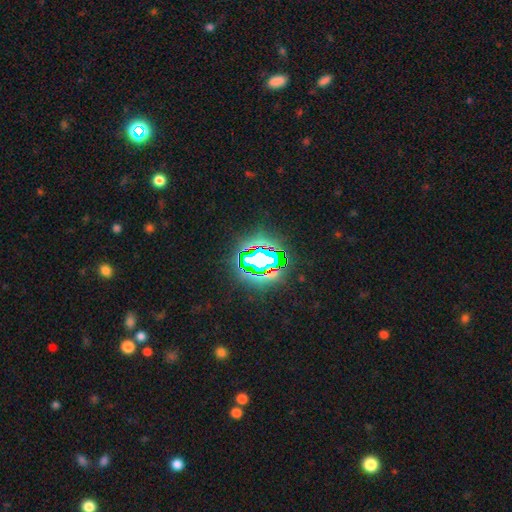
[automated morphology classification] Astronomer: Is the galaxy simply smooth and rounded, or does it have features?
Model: star or artifact — 83%.